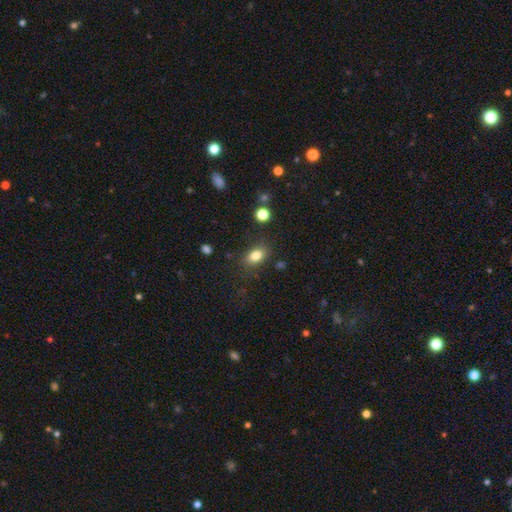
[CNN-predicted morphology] smooth 82%, star or artifact 10%, featured or disk 9%. Down the decision tree: how rounded — in between (82%); merging — none (81%).